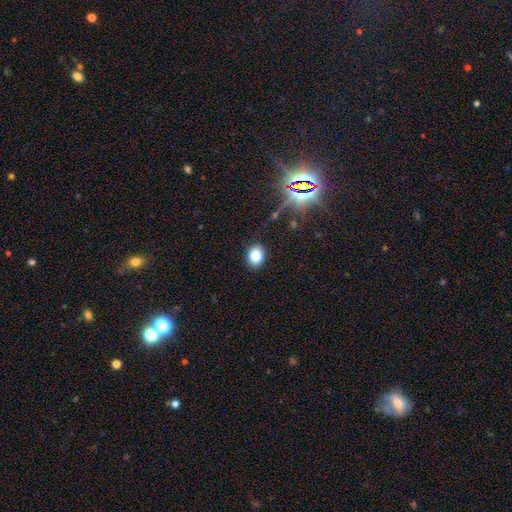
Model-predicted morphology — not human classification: A smooth galaxy with no disk features (81%) that is in between round and cigar-shaped (54%).

Vote fractions:
- Smooth or featured? smooth: 81% / star or artifact: 13% / featured or disk: 6%
- How rounded? in between: 54% / round: 44% / cigar-shaped: 1%
- Merging? none: 87% / minor disturbance: 9% / major disturbance: 3% / merger: 1%